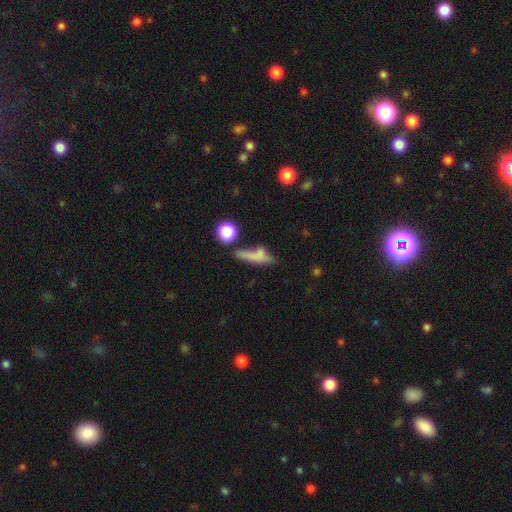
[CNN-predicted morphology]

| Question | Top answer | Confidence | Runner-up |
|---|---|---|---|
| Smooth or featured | smooth | 65% | featured or disk (23%) |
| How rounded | cigar-shaped | 65% | in between (27%) |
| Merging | none | 50% | minor disturbance (21%) |